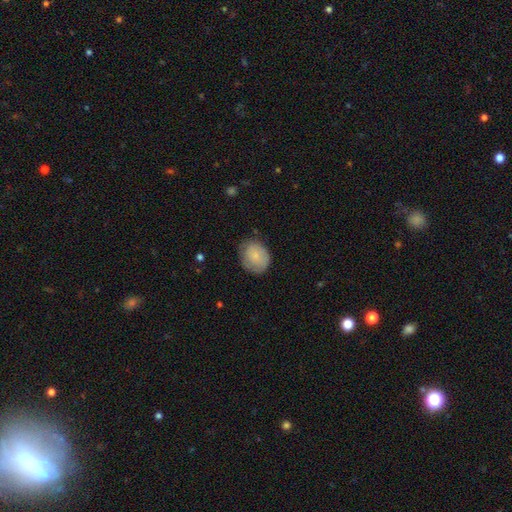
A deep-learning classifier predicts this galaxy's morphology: Q: Smooth or featured?
A: smooth (75%); runner-up: featured or disk (19%)
Q: How rounded?
A: round (58%); runner-up: in between (41%)
Q: Merging?
A: none (68%); runner-up: minor disturbance (24%)